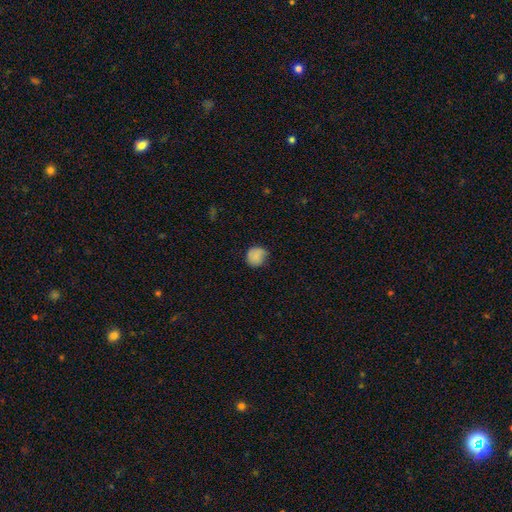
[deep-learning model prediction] A smooth galaxy with no disk features (80%) that is round (81%).

Vote fractions:
- Smooth or featured? smooth: 80% / featured or disk: 11% / star or artifact: 9%
- How rounded? round: 81% / in between: 18% / cigar-shaped: 1%
- Merging? none: 62% / minor disturbance: 30% / major disturbance: 7% / merger: 1%